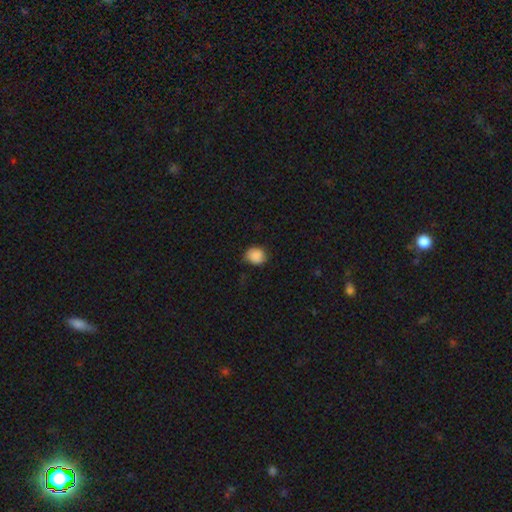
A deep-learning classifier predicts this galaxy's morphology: smooth_or_featured: smooth (p=0.88) [alt: star or artifact p=0.08]
how_rounded: round (p=0.69) [alt: in between p=0.30]
merging: none (p=0.79) [alt: minor disturbance p=0.16]